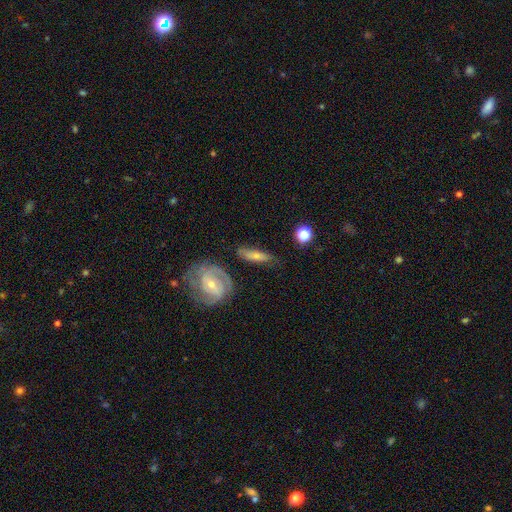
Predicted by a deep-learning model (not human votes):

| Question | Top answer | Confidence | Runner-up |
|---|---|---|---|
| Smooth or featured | featured or disk | 48% | smooth (44%) |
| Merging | none | 67% | minor disturbance (20%) |